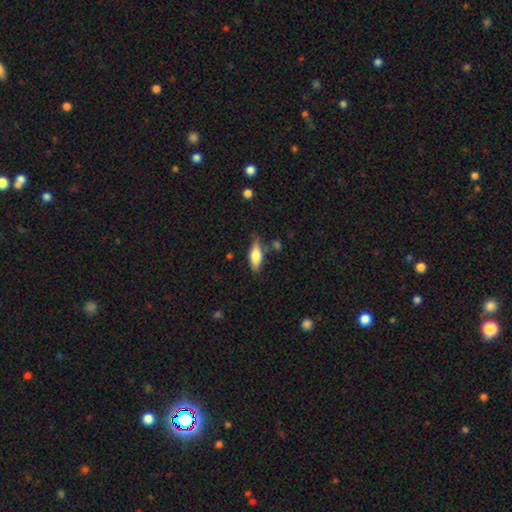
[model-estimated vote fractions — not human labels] A smooth galaxy with no disk features (69%) that is in between round and cigar-shaped (62%). Merging: none (73%).